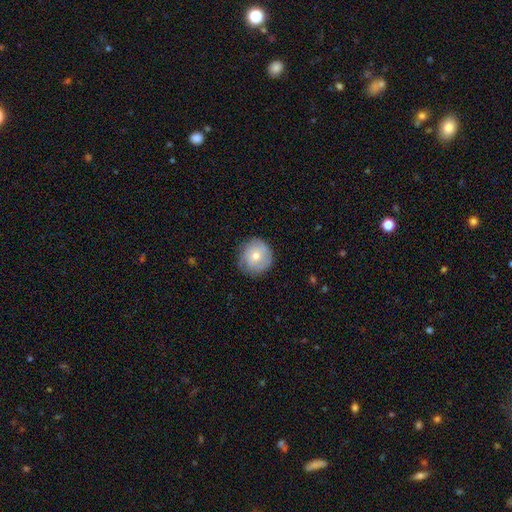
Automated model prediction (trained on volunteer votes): Overall: smooth (54%; featured or disk 38%). How rounded: round (92%). Merging: none (78%).